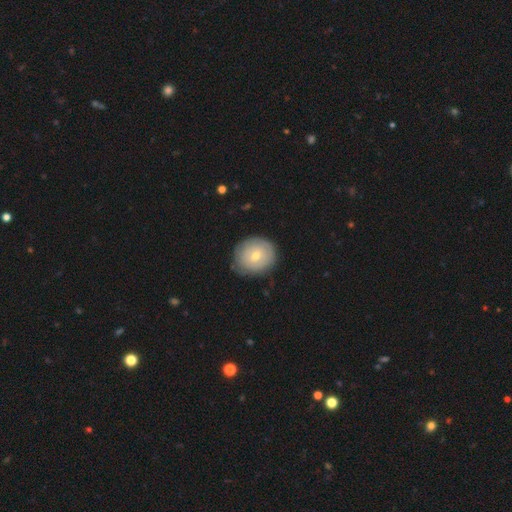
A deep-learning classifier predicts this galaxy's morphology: smooth_or_featured: smooth (p=0.54) [alt: featured or disk p=0.40]
how_rounded: round (p=0.75) [alt: in between p=0.24]
merging: none (p=0.80) [alt: minor disturbance p=0.15]